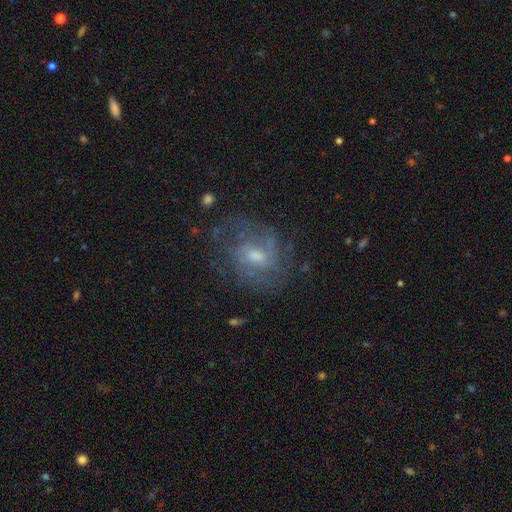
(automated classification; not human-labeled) Smooth or featured: featured or disk — 75% (smooth — 16%)
Edge-on disk: no — 97% (yes — 3%)
Bar: weak — 53% (no — 36%)
Spiral arms: yes — 86% (no — 14%)
Spiral winding: medium — 45% (tight — 37%)
Spiral arm count: 2 — 39% (can't tell — 35%)
Bulge size: moderate — 50% (small — 38%)
Merging: none — 65% (minor disturbance — 19%)